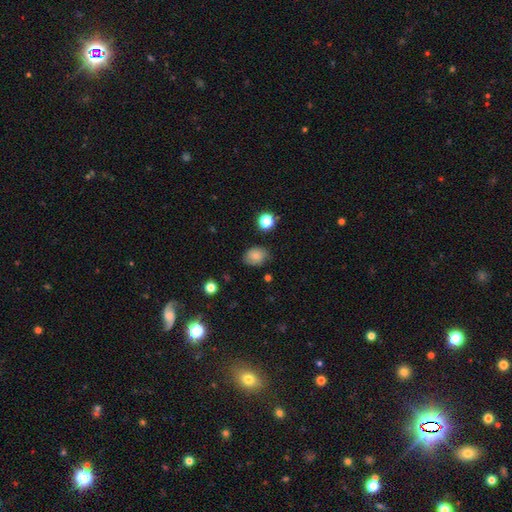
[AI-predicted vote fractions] smooth-or-featured: smooth: 80% | star or artifact: 11% | featured or disk: 9%
  how-rounded: in between: 60% | round: 39% | cigar-shaped: 1%
  merging: none: 74% | minor disturbance: 20% | major disturbance: 4% | merger: 2%